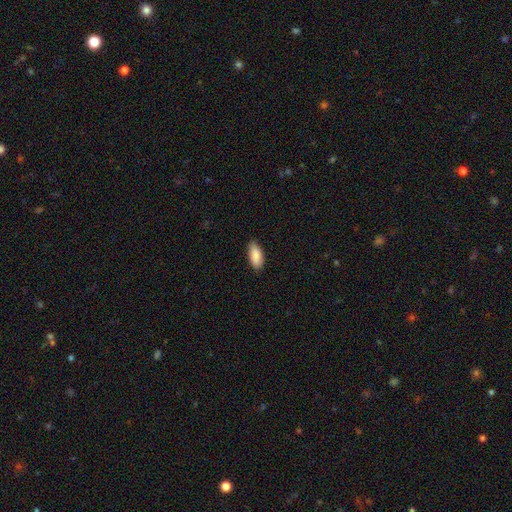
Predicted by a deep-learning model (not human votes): A smooth galaxy with no disk features (88%) that is in between round and cigar-shaped (89%).

Vote fractions:
- Smooth or featured? smooth: 88% / featured or disk: 6% / star or artifact: 6%
- How rounded? in between: 89% / cigar-shaped: 9% / round: 2%
- Merging? none: 86% / minor disturbance: 11% / major disturbance: 2% / merger: 1%